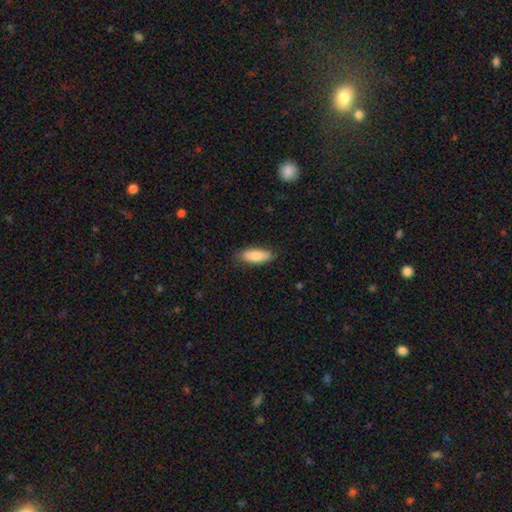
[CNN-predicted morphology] Smooth or featured? Predicted: smooth (p=0.82). How rounded? Predicted: in between (p=0.68). Merging? Predicted: none (p=0.82).